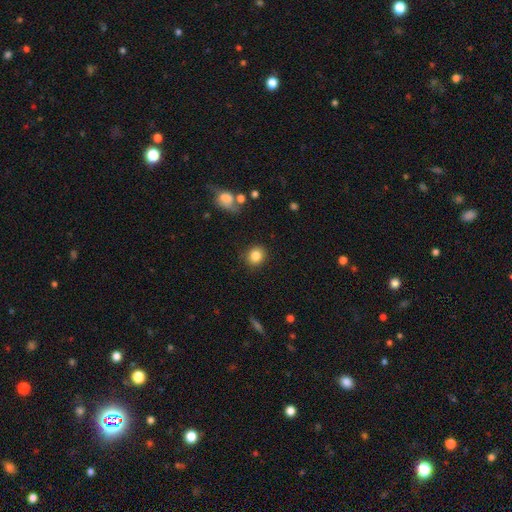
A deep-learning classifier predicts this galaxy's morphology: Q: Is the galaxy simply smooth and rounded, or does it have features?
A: smooth — 85%.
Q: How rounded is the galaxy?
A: round — 81%.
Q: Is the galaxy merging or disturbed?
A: none — 87%.